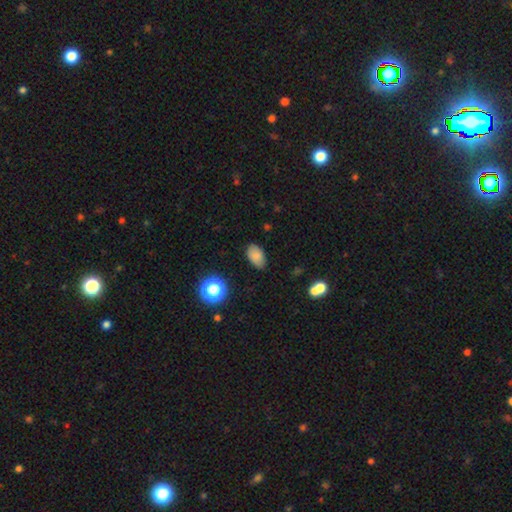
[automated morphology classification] type=smooth (83%); roundness=in between (90%); merging=none (82%).